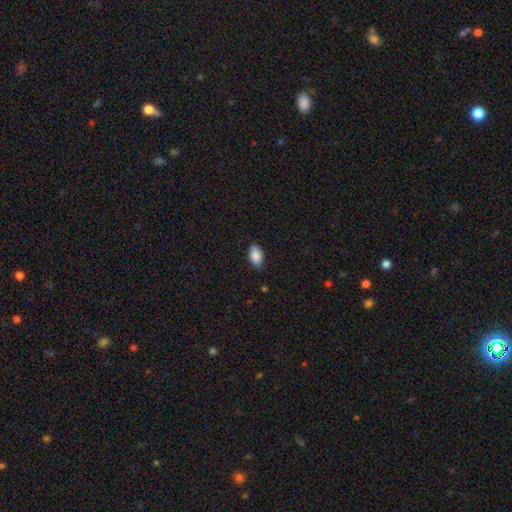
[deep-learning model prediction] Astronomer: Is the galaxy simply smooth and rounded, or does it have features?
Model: smooth — 86%.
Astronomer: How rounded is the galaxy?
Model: in between — 92%.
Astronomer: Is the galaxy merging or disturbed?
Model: none — 77%.